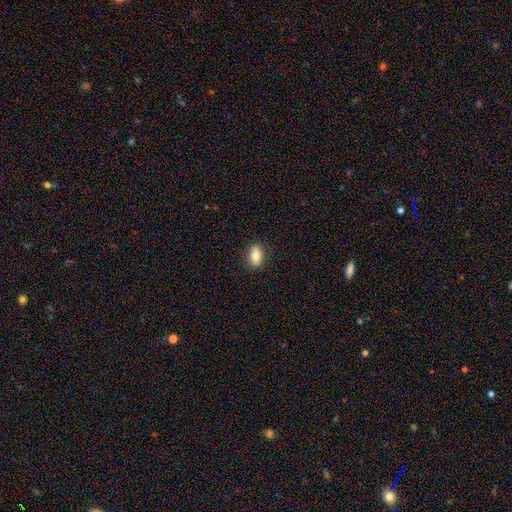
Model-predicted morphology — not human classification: The model was most divided on "smooth or featured": smooth: 80%, featured or disk: 12%, star or artifact: 8%. More confident: merging — none (88%); how rounded — in between (85%).